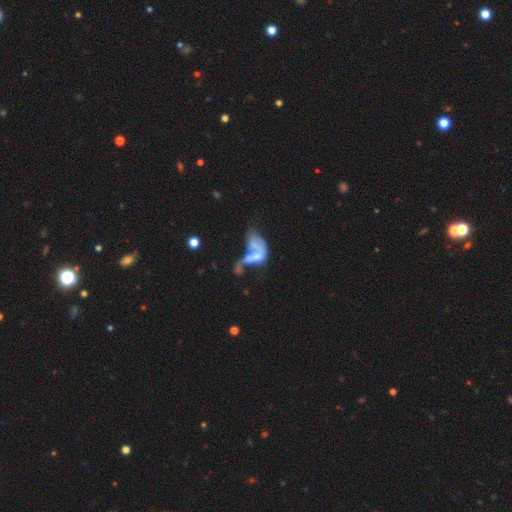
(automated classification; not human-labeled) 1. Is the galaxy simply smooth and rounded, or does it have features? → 51% featured or disk, 39% smooth, 10% star or artifact.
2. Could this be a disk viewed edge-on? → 93% no, 7% yes.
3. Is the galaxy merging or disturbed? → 61% merger, 24% major disturbance, 8% none, 6% minor disturbance.